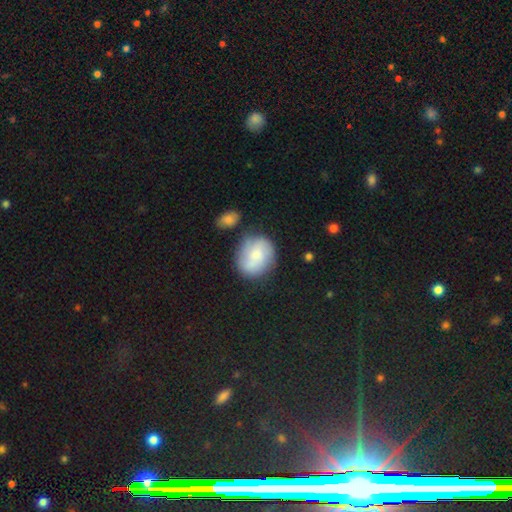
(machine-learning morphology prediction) This appears to be a smooth galaxy with no disk features (63%) that is round (66%). Merging: none (61%).